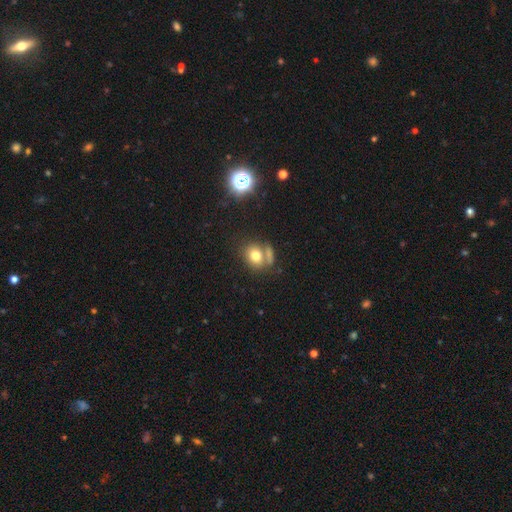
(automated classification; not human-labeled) This is likely a smooth galaxy (74%). How rounded: possibly round (55%). Merging: possibly none (54%).